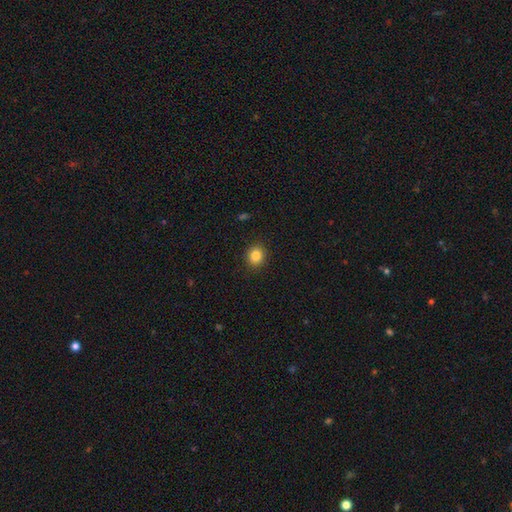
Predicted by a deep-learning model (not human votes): Q: Smooth or featured?
A: smooth (84%); runner-up: star or artifact (11%)
Q: How rounded?
A: round (78%); runner-up: in between (22%)
Q: Merging?
A: none (91%); runner-up: minor disturbance (7%)